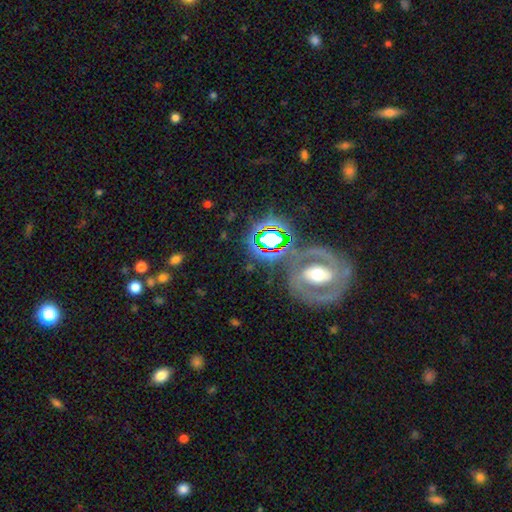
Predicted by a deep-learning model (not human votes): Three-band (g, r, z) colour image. It shows a featured or disk galaxy (58%) with a strong bar (34%), spiral arms (69%) and a moderate central bulge (64%). Merging: none (66%).